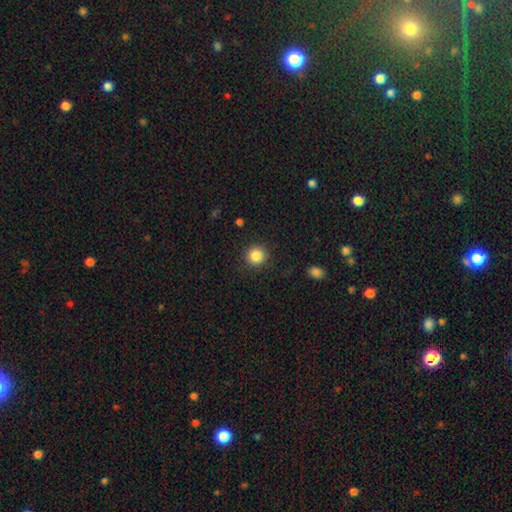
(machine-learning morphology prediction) smooth 86%, star or artifact 10%, featured or disk 4%. Down the decision tree: how rounded — round (93%); merging — none (90%).